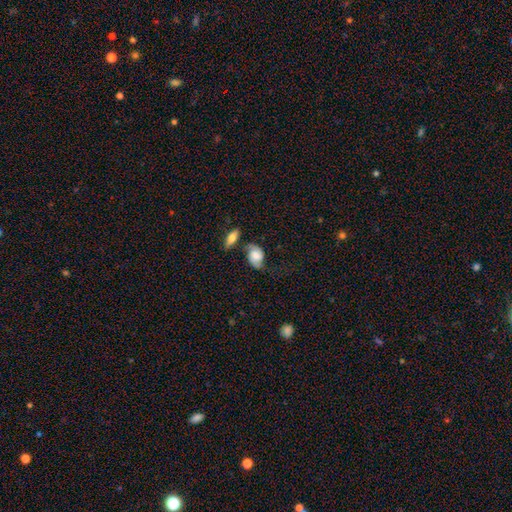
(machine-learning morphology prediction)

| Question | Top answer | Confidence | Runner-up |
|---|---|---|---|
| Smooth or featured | featured or disk | 49% | smooth (43%) |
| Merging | none | 49% | minor disturbance (25%) |